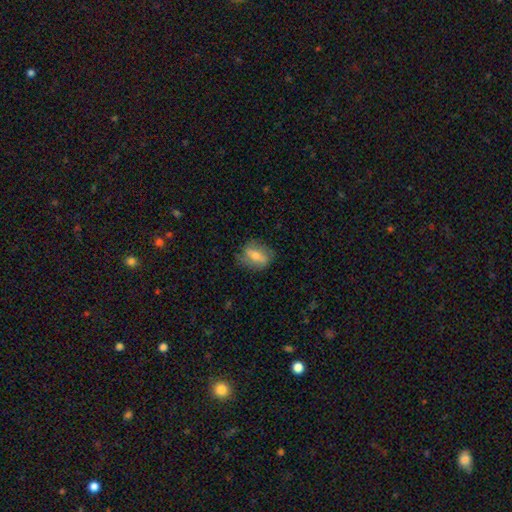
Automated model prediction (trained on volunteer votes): The model was most divided on "smooth or featured": smooth: 50%, featured or disk: 41%, star or artifact: 9%. More confident: merging — none (73%); how rounded — in between (66%).